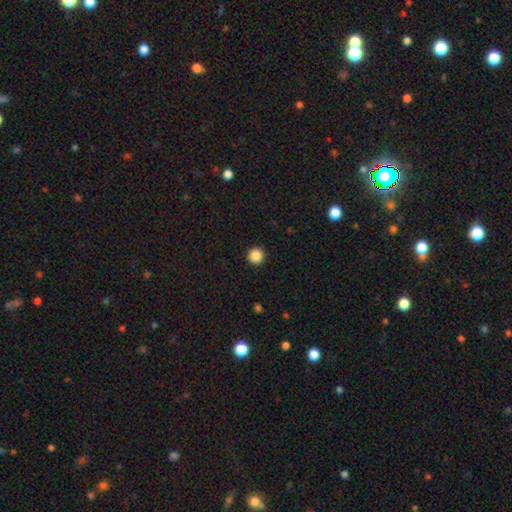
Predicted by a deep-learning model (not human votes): smooth_or_featured: smooth (p=0.87) [alt: star or artifact p=0.10]
how_rounded: round (p=0.96) [alt: in between p=0.03]
merging: none (p=0.94) [alt: minor disturbance p=0.04]